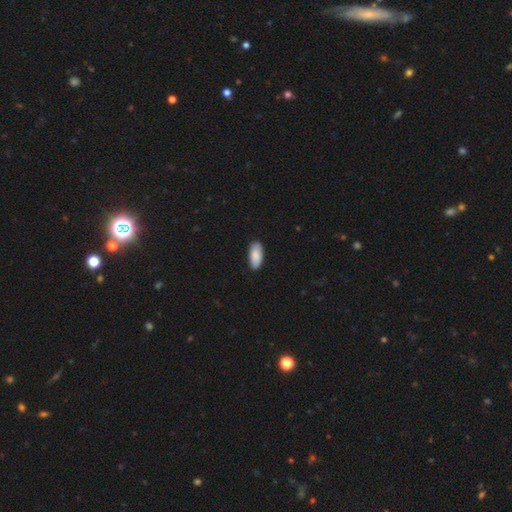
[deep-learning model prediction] smooth 89%, featured or disk 6%, star or artifact 5%. Down the decision tree: how rounded — in between (89%); merging — none (88%).